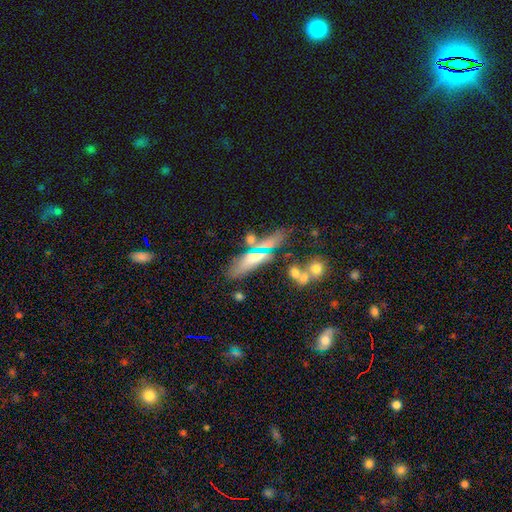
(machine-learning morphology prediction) Smooth or featured? Predicted: featured or disk (p=0.44). Merging? Predicted: none (p=0.51).